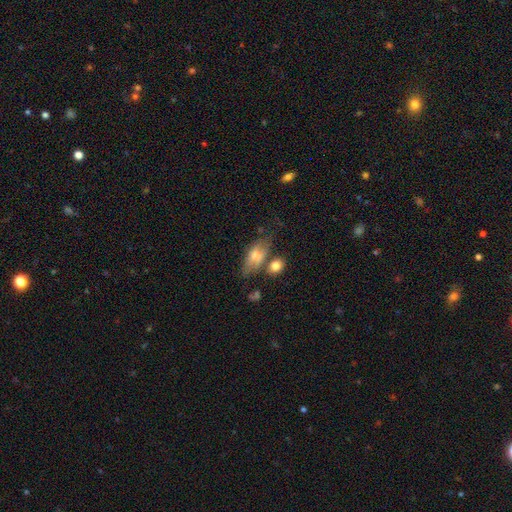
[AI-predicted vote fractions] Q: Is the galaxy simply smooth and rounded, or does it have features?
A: smooth — 58%.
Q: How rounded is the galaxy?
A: in between — 79%.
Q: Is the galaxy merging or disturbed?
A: none — 51%.